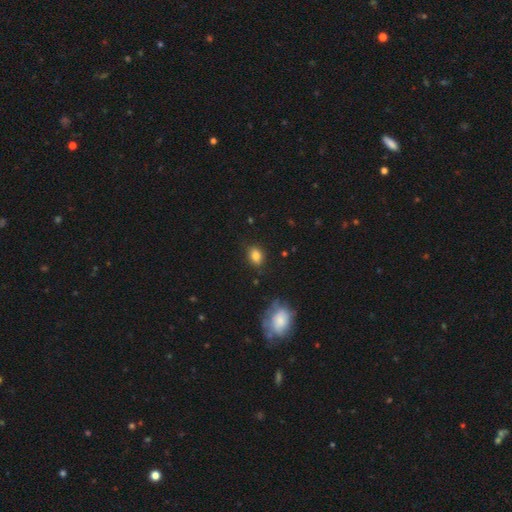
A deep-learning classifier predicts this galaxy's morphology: Smooth or featured? smooth (84%)
How rounded? in between (67%)
Merging? none (82%)